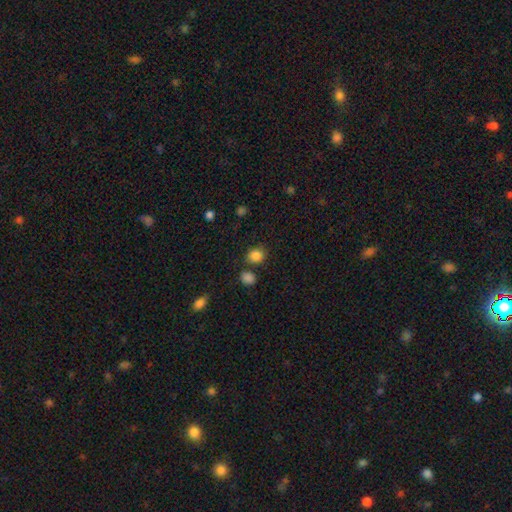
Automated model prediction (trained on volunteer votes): This appears to be a smooth galaxy with no disk features (85%) that is round (72%). Merging: none (75%).